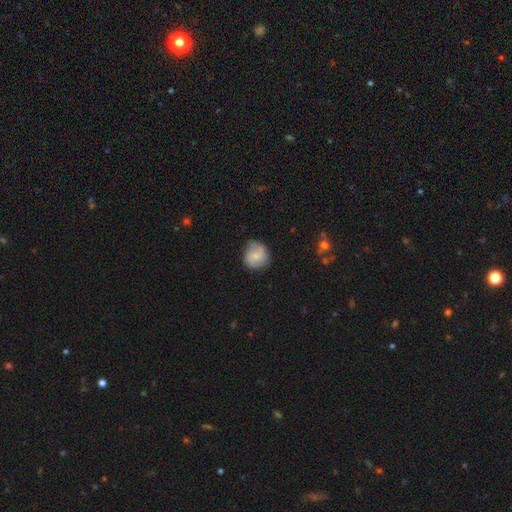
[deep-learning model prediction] smooth-or-featured: smooth: 60% | featured or disk: 32% | star or artifact: 8%
  how-rounded: round: 86% | in between: 13% | cigar-shaped: 1%
  merging: none: 68% | minor disturbance: 24% | major disturbance: 6% | merger: 2%